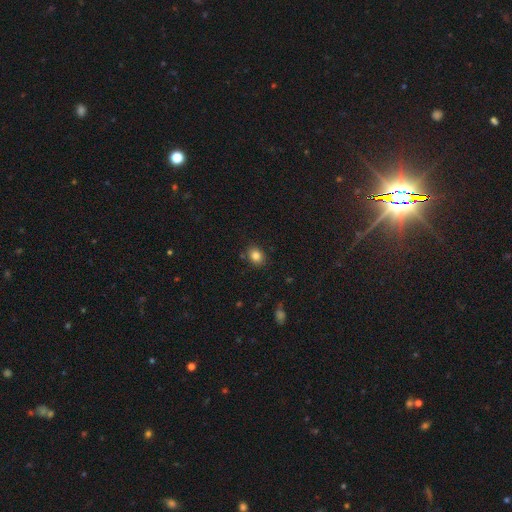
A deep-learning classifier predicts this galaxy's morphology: A smooth galaxy with no disk features (84%) that is in between round and cigar-shaped (50%).

Vote fractions:
- Smooth or featured? smooth: 84% / star or artifact: 10% / featured or disk: 6%
- How rounded? in between: 50% / round: 49% / cigar-shaped: 1%
- Merging? none: 84% / minor disturbance: 10% / merger: 3% / major disturbance: 3%